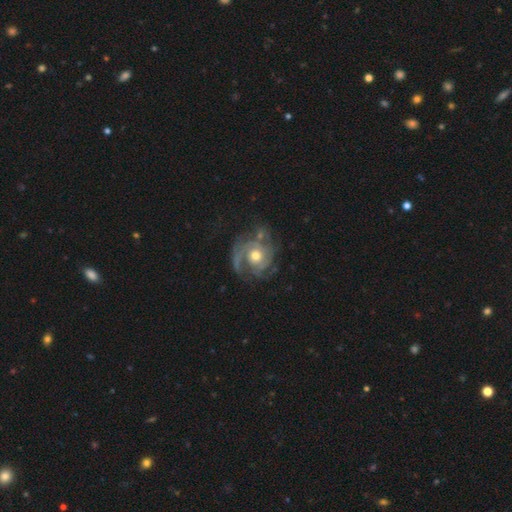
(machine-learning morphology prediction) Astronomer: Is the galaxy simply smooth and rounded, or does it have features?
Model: featured or disk — 82%.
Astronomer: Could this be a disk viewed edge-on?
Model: no — 98%.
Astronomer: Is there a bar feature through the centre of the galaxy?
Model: no — 80%.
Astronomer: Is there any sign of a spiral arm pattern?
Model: yes — 92%.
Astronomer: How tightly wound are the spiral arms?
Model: tight — 50% (runner-up: medium, 36%).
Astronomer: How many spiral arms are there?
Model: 3 — 26%, tied with 2 and can't tell at 26%.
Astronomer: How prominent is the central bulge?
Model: moderate — 74%.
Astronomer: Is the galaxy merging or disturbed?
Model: none — 60%.